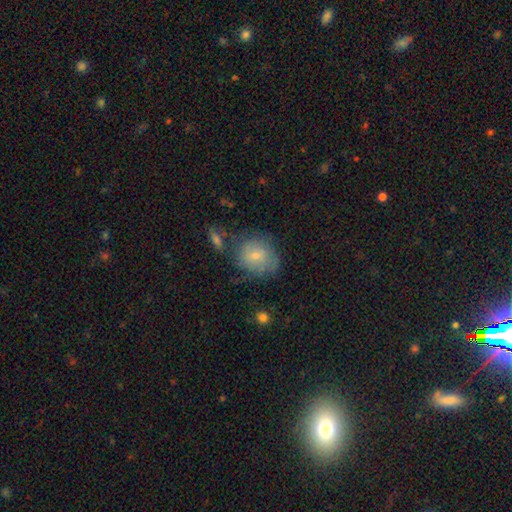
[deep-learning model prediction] Q: Smooth or featured?
A: smooth (70%); runner-up: featured or disk (22%)
Q: How rounded?
A: round (65%); runner-up: in between (34%)
Q: Merging?
A: none (55%); runner-up: minor disturbance (25%)